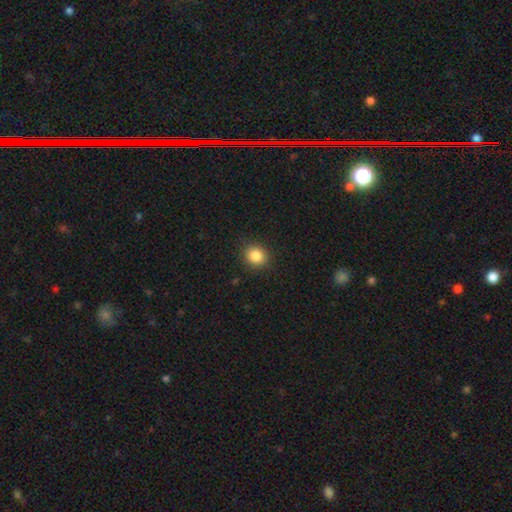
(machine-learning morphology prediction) This is clearly a smooth galaxy (85%). How rounded: clearly round (80%). Merging: clearly none (89%).